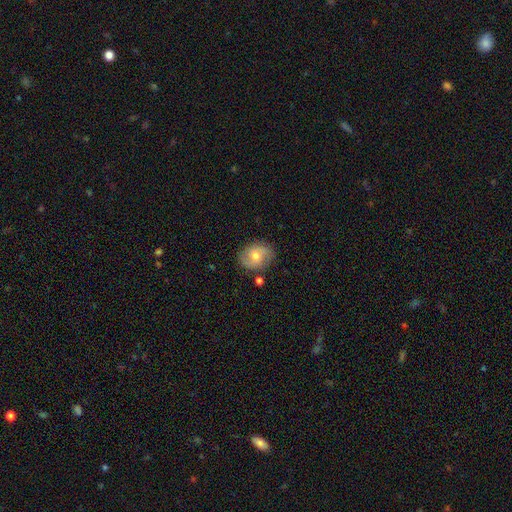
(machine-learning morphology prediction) Smooth or featured? Predicted: featured or disk (p=0.58). Edge-on disk? Predicted: no (p=0.97). Bar? Predicted: no (p=0.53). Spiral arms? Predicted: yes (p=0.85). Bulge size? Predicted: moderate (p=0.64). Merging? Predicted: none (p=0.78).